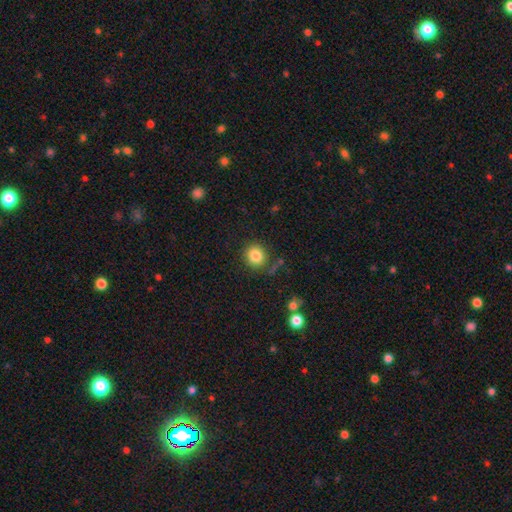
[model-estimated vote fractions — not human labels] A smooth galaxy with no disk features (84%) that is round (86%). Merging: none (81%).